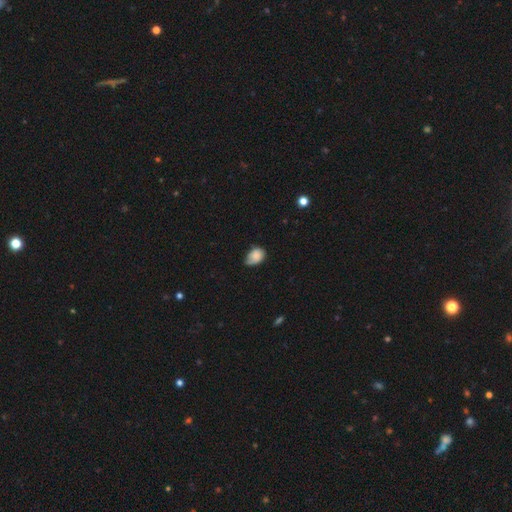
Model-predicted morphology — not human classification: smooth_or_featured: smooth (p=0.81) [alt: featured or disk p=0.11]
how_rounded: in between (p=0.75) [alt: round p=0.24]
merging: minor disturbance (p=0.47) [alt: none p=0.42]